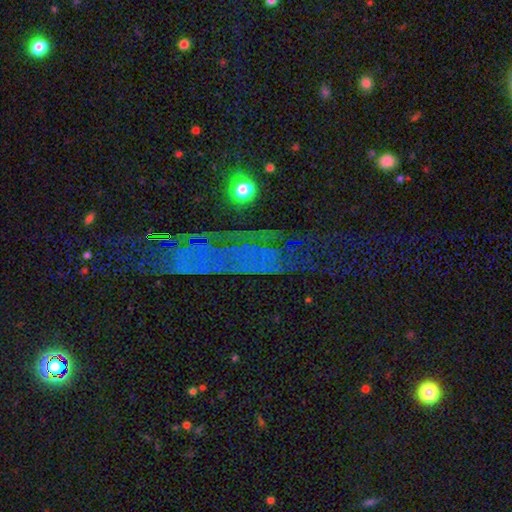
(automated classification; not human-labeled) Smooth or featured?
  - star or artifact: 66% *
  - smooth: 18%
  - featured or disk: 16%